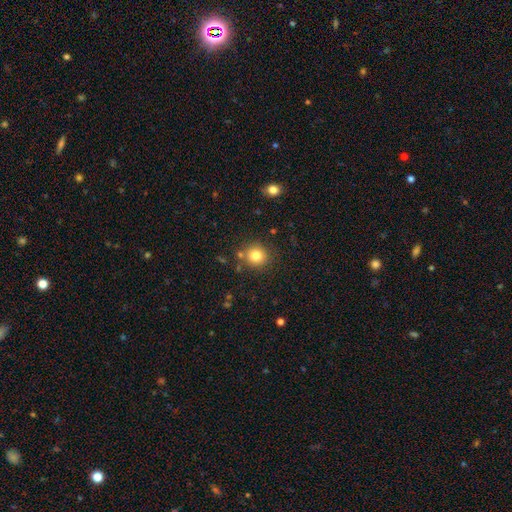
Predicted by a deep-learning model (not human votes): This appears to be a smooth galaxy with no disk features (80%) that is round (90%). Merging: none (82%).